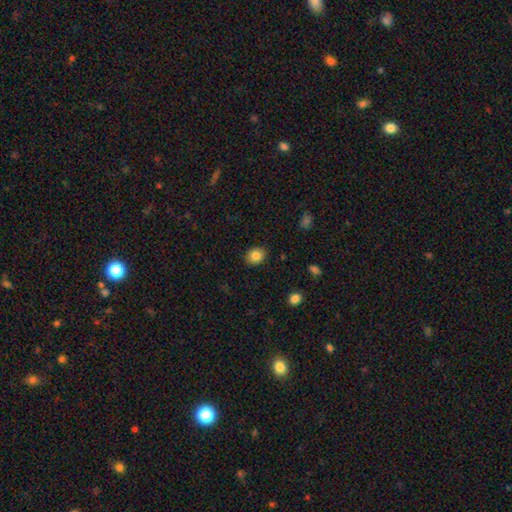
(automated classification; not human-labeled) Morphology: type=smooth (84%); roundness=round (63%); merging=none (89%).